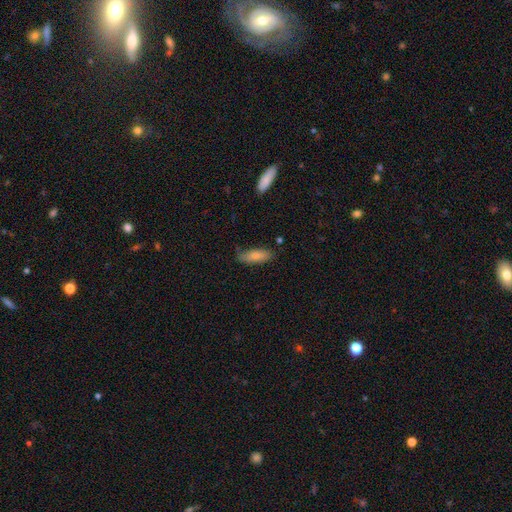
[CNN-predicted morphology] A smooth galaxy with no disk features (81%) that is in between round and cigar-shaped (63%). Merging: none (76%).